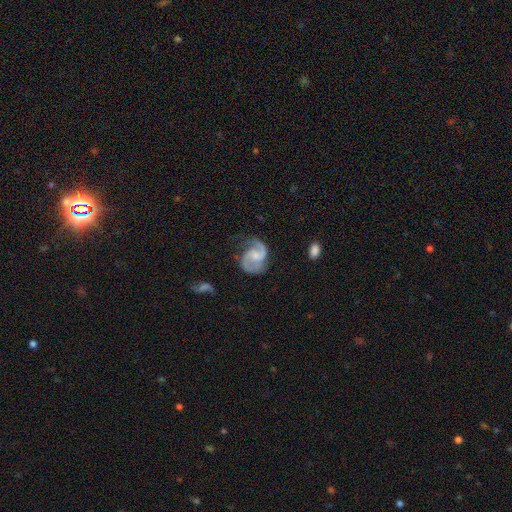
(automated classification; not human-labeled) A featured or disk galaxy (89%) with no bar (48%), 2 (92%) medium (57%) spiral arms (98%) and a small central bulge (37%). Merging: none (69%).